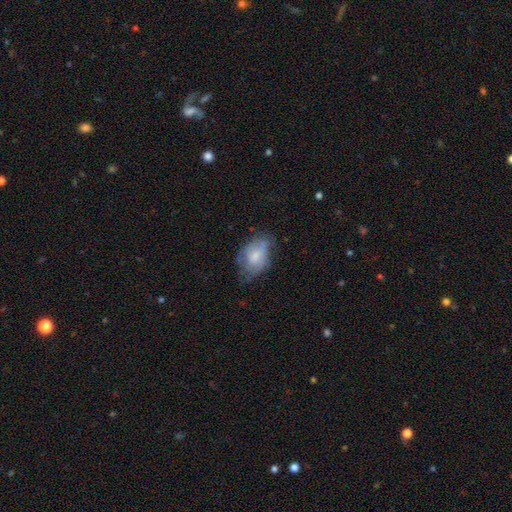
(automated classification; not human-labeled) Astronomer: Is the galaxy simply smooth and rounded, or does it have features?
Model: smooth — 59% (runner-up: featured or disk, 34%).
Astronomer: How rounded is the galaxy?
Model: in between — 87%.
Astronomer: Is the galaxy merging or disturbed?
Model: none — 46% (runner-up: minor disturbance, 35%).